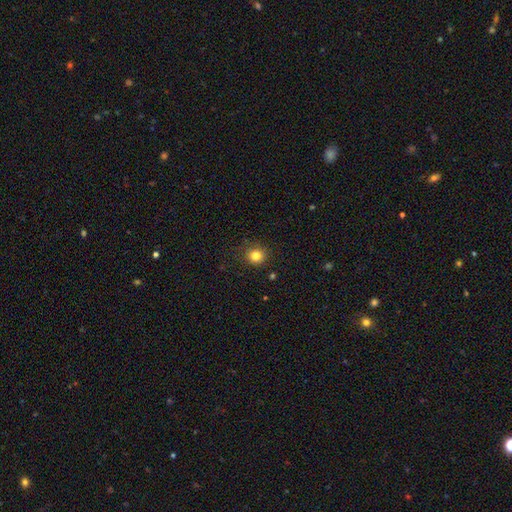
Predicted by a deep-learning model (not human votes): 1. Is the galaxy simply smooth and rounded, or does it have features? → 82% smooth, 13% star or artifact, 5% featured or disk.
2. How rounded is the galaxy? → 89% round, 10% in between, 1% cigar-shaped.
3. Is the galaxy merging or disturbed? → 87% none, 9% minor disturbance, 3% major disturbance, 1% merger.